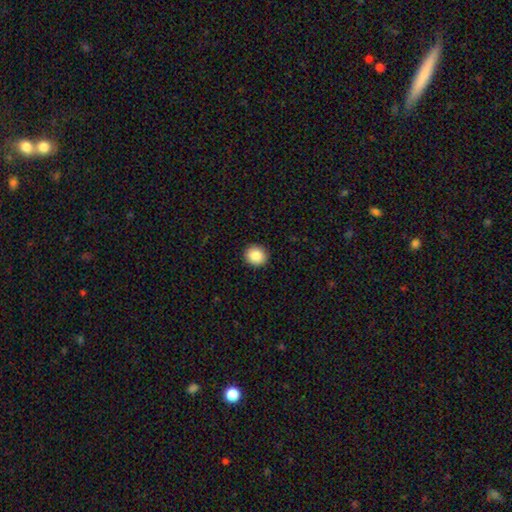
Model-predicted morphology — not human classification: Smooth or featured: smooth — 88% (star or artifact — 9%)
How rounded: round — 83% (in between — 17%)
Merging: none — 91% (minor disturbance — 6%)